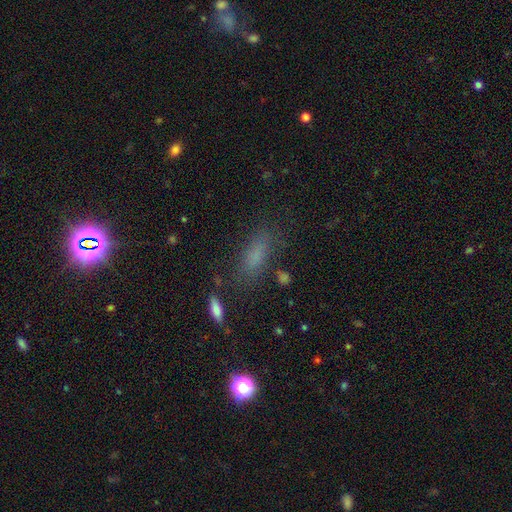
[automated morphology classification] Overall: smooth (70%). How rounded: in between (63%; cigar-shaped 31%). Merging: none (73%).